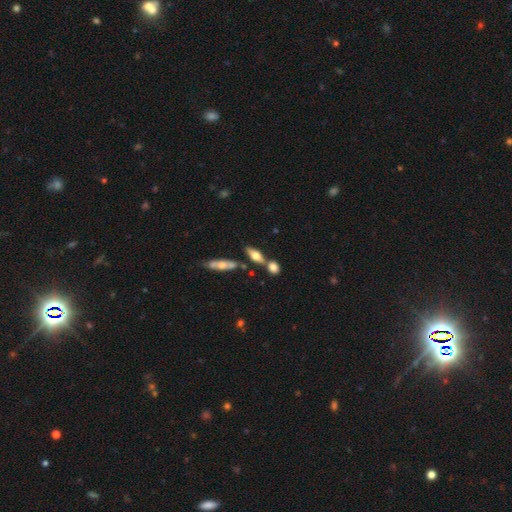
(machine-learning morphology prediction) smooth_or_featured: smooth (p=0.57) [alt: featured or disk p=0.34]
how_rounded: in between (p=0.64) [alt: cigar-shaped p=0.29]
merging: none (p=0.51) [alt: merger p=0.33]